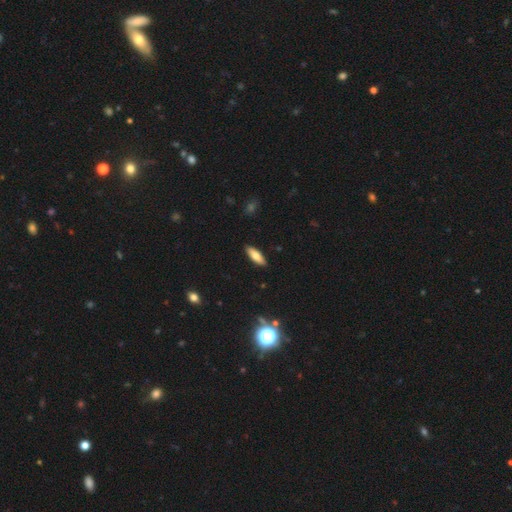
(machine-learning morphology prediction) type=smooth (75%); roundness=in between (62%); merging=none (89%).